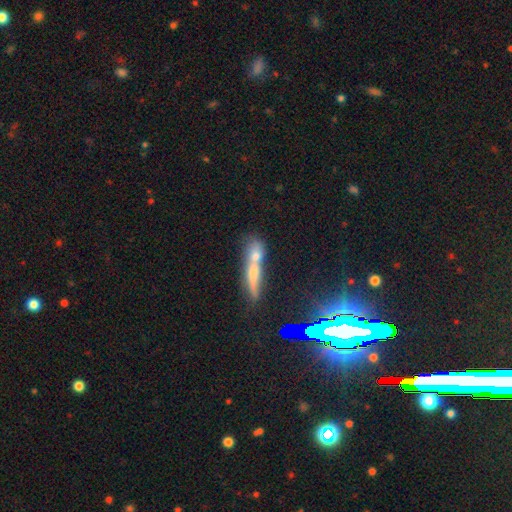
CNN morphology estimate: Smooth or featured? Predicted: smooth (p=0.62). How rounded? Predicted: cigar-shaped (p=0.58). Merging? Predicted: merger (p=0.59).